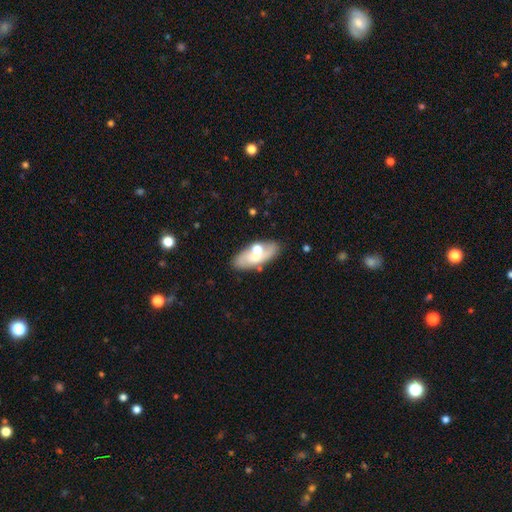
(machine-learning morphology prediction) This is possibly a smooth galaxy (49%). Merging: likely none (68%).